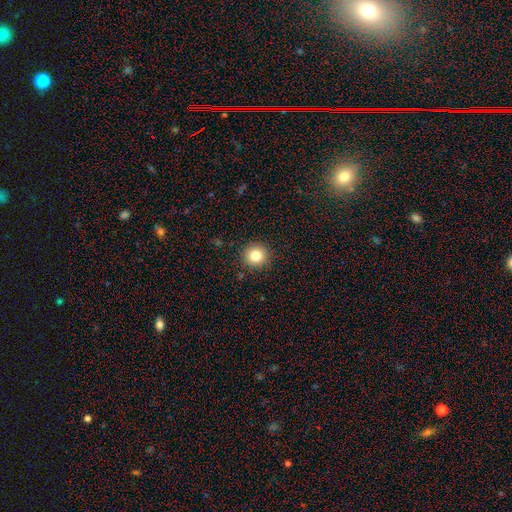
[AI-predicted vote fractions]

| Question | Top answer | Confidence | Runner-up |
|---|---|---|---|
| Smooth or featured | smooth | 83% | star or artifact (11%) |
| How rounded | round | 92% | in between (7%) |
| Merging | none | 90% | minor disturbance (6%) |